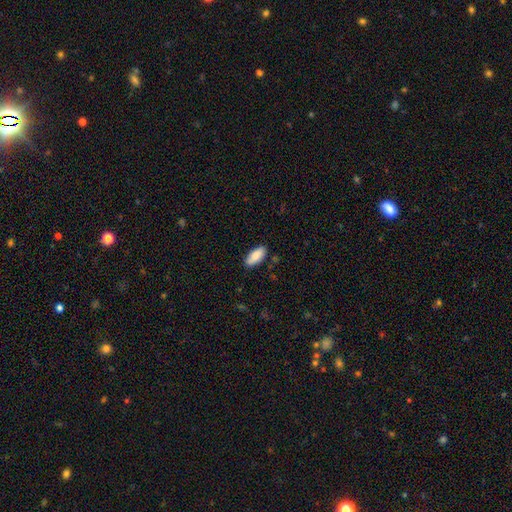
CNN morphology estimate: A smooth galaxy with no disk features (86%) that is in between round and cigar-shaped (86%).

Vote fractions:
- Smooth or featured? smooth: 86% / featured or disk: 8% / star or artifact: 6%
- How rounded? in between: 86% / cigar-shaped: 12% / round: 2%
- Merging? none: 84% / minor disturbance: 12% / major disturbance: 2% / merger: 2%